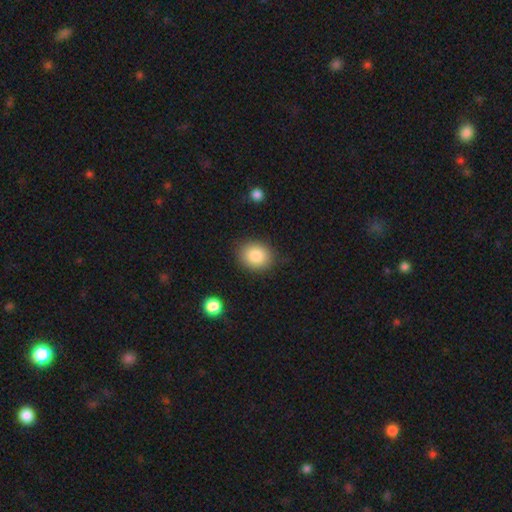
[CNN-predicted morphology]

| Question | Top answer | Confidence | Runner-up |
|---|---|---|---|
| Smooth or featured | smooth | 85% | star or artifact (8%) |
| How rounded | round | 57% | in between (42%) |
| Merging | none | 85% | minor disturbance (10%) |